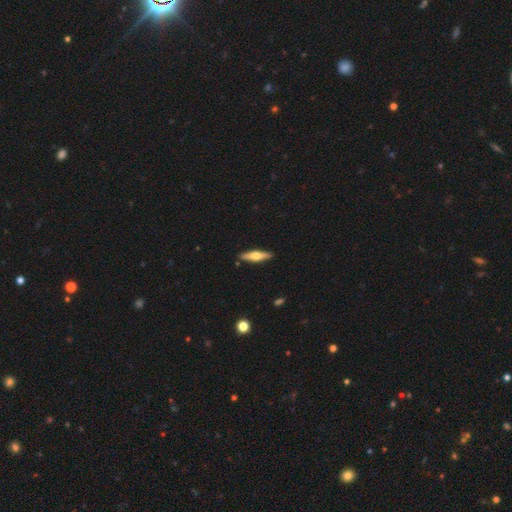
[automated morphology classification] Smooth or featured? Predicted: featured or disk (p=0.50). Edge-on disk? Predicted: yes (p=0.93). Merging? Predicted: none (p=0.90).